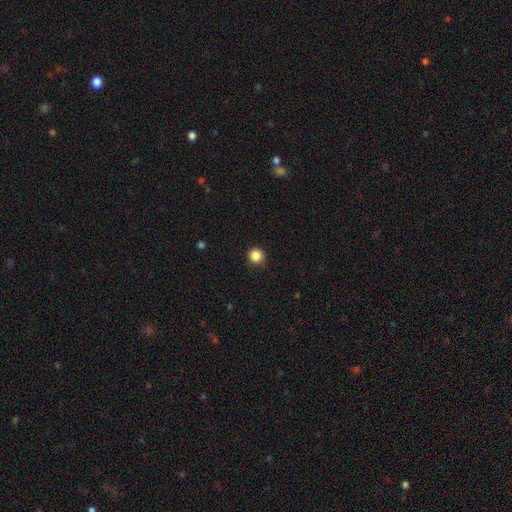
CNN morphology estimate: A smooth galaxy with no disk features (86%) that is round (95%). Merging: none (88%).